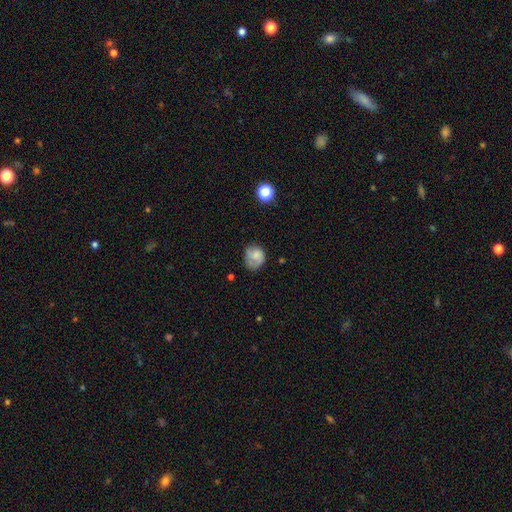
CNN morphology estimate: Q: Smooth or featured?
A: smooth (68%); runner-up: featured or disk (23%)
Q: How rounded?
A: round (67%); runner-up: in between (32%)
Q: Merging?
A: none (53%); runner-up: minor disturbance (30%)